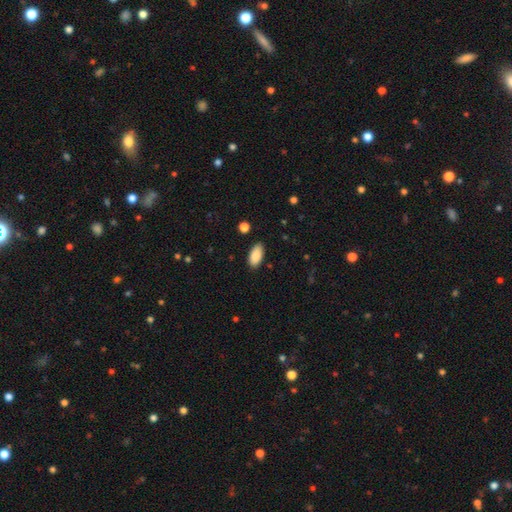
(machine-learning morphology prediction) Smooth or featured? smooth (88%)
How rounded? in between (92%)
Merging? none (86%)